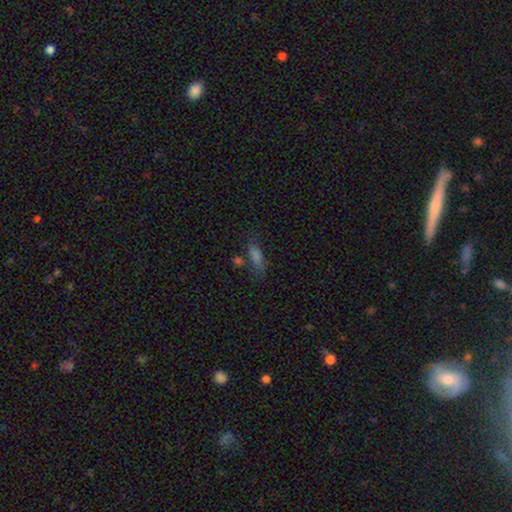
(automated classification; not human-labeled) This appears to be a smooth galaxy with no disk features (64%) that is in between round and cigar-shaped (53%). Merging: none (61%).